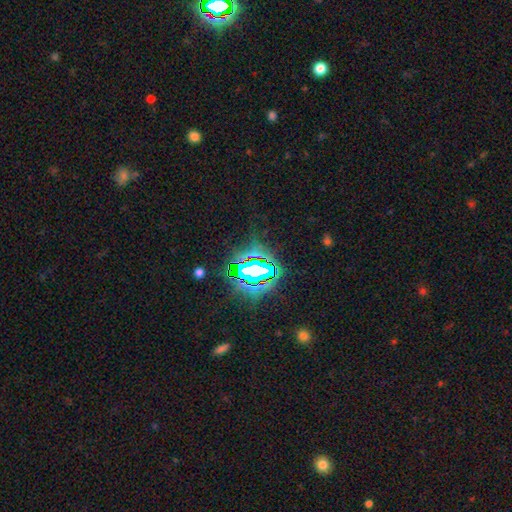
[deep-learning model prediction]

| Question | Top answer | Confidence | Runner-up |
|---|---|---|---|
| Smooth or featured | star or artifact | 82% | smooth (11%) |